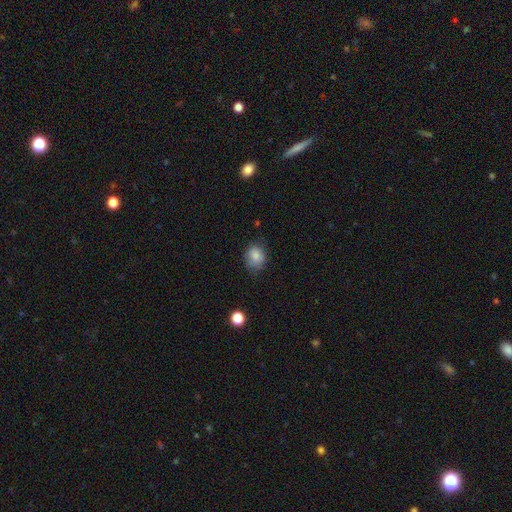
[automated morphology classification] This appears to be a smooth galaxy with no disk features (84%) that is round (54%). Merging: none (67%).